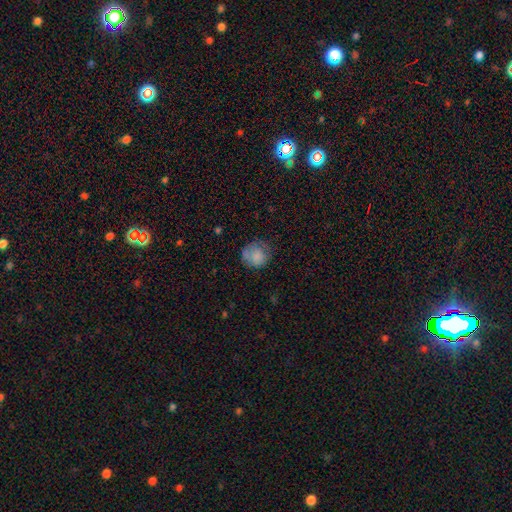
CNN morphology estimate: Overall: smooth (78%). How rounded: round (83%). Merging: none (61%; minor disturbance 25%).